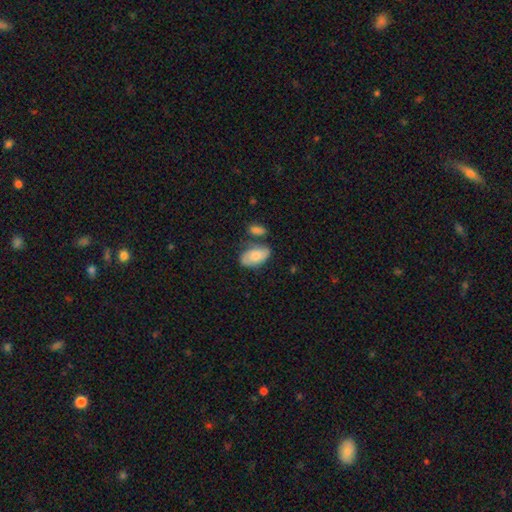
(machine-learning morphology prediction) A smooth galaxy with no disk features (66%) that is in between round and cigar-shaped (93%). Merging: none (54%).